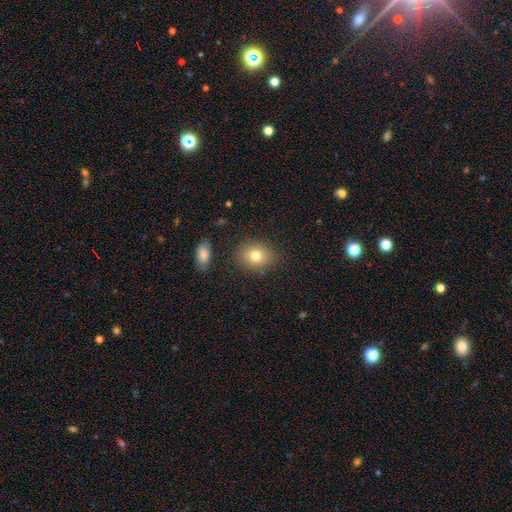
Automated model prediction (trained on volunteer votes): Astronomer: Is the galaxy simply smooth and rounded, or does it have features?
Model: smooth — 78%.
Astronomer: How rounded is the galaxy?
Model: round — 52% (runner-up: in between, 47%).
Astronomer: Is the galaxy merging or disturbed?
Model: none — 83%.